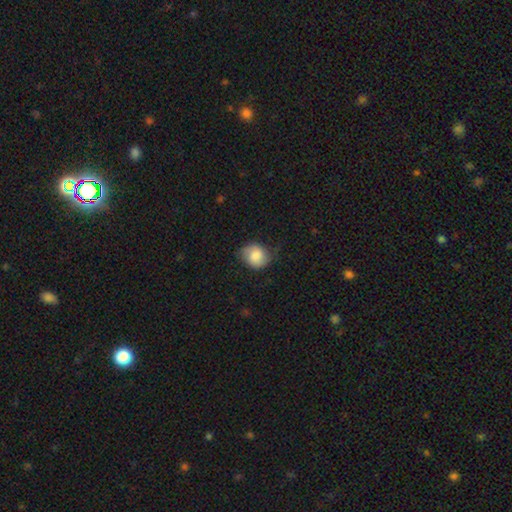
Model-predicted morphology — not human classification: This appears to be a smooth galaxy with no disk features (70%) that is round (64%). Merging: none (63%).